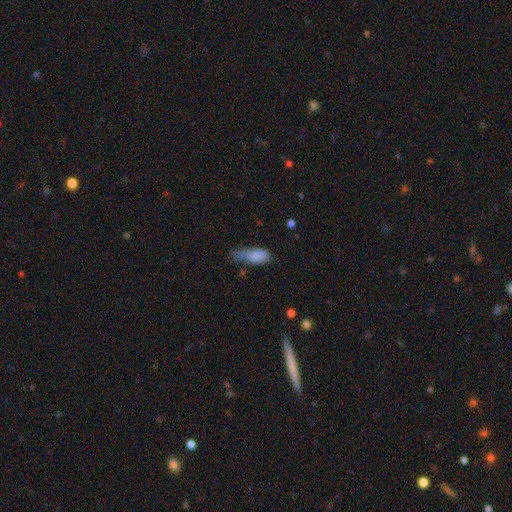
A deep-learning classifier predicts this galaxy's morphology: Q: Smooth or featured?
A: smooth (81%); runner-up: featured or disk (11%)
Q: How rounded?
A: in between (77%); runner-up: cigar-shaped (19%)
Q: Merging?
A: minor disturbance (42%); runner-up: major disturbance (31%)